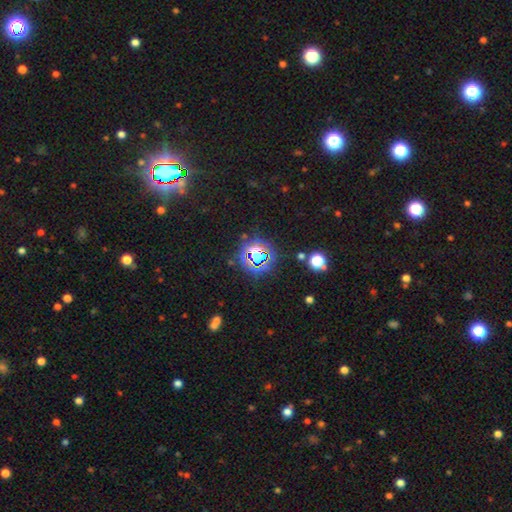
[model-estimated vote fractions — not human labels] This is likely a star or artifact rather than a galaxy (66%).